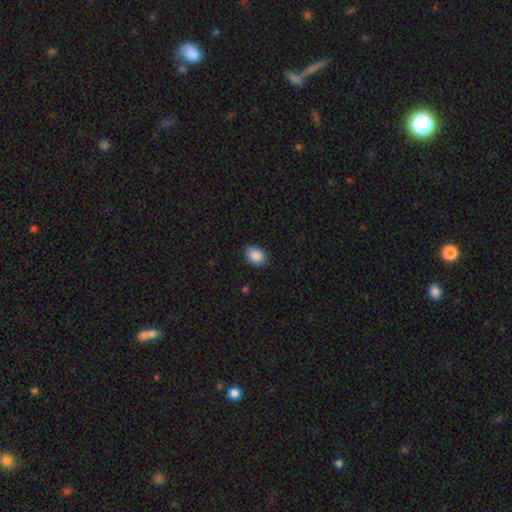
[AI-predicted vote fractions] Q: Smooth or featured?
A: smooth (89%); runner-up: star or artifact (8%)
Q: How rounded?
A: in between (71%); runner-up: round (28%)
Q: Merging?
A: none (82%); runner-up: minor disturbance (15%)